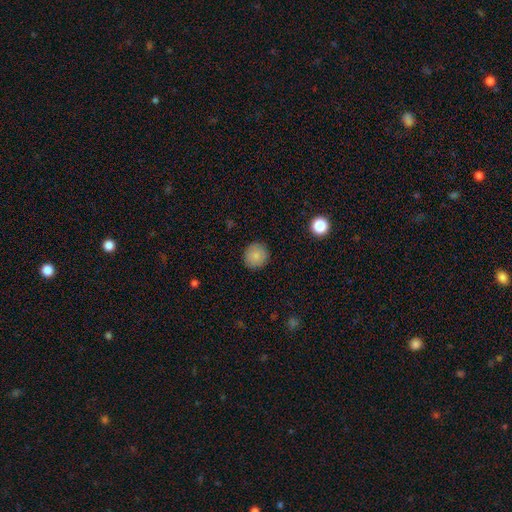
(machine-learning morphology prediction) A smooth galaxy with no disk features (84%) that is round (93%). Merging: none (90%).